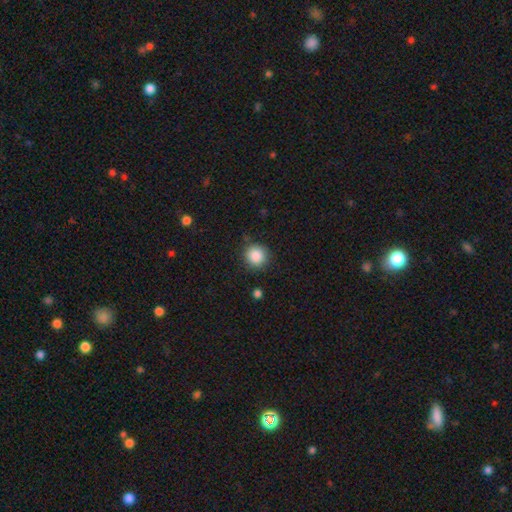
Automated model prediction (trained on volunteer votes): Smooth or featured? smooth (88%)
How rounded? round (92%)
Merging? none (87%)